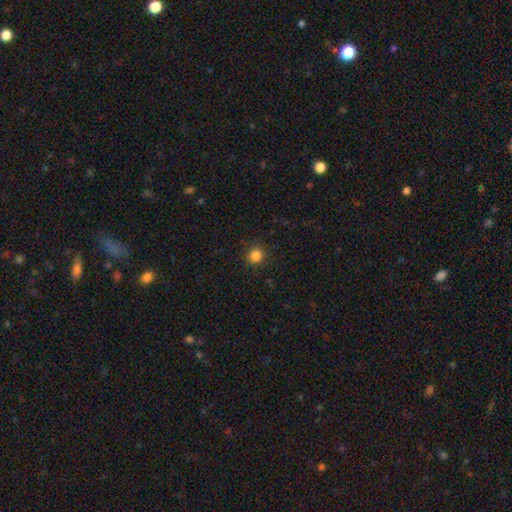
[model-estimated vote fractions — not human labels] Smooth or featured?
  - smooth: 84% *
  - star or artifact: 12%
  - featured or disk: 4%
How rounded?
  - round: 88% *
  - in between: 11%
  - cigar-shaped: 1%
Merging?
  - none: 89% *
  - minor disturbance: 8%
  - major disturbance: 2%
  - merger: 1%